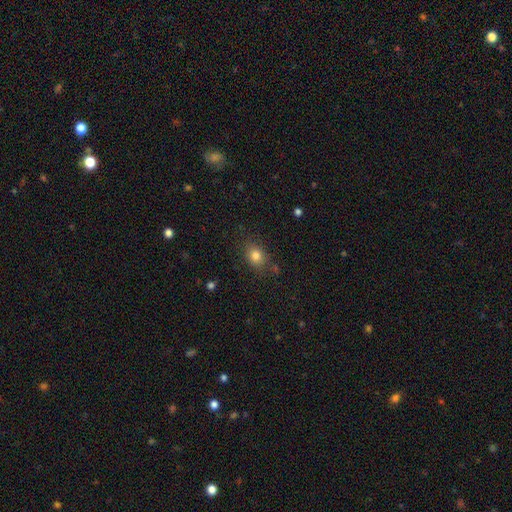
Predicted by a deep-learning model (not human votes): Smooth or featured?
  - smooth: 80% *
  - star or artifact: 12%
  - featured or disk: 8%
How rounded?
  - in between: 54% *
  - round: 44%
  - cigar-shaped: 1%
Merging?
  - none: 80% *
  - minor disturbance: 14%
  - major disturbance: 4%
  - merger: 3%